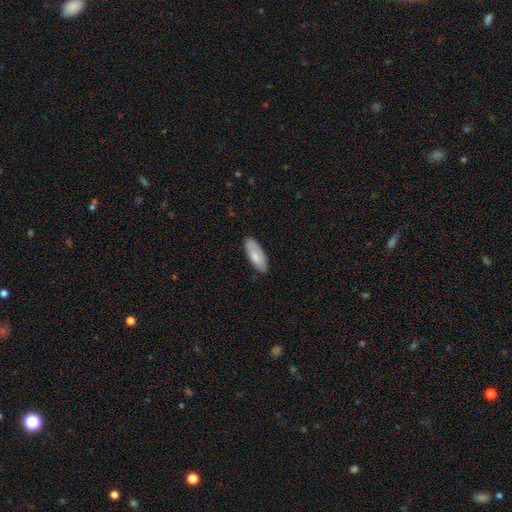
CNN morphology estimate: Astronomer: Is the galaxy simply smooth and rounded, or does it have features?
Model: smooth — 78%.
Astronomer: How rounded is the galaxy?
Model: in between — 81%.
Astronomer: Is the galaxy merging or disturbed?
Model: none — 82%.